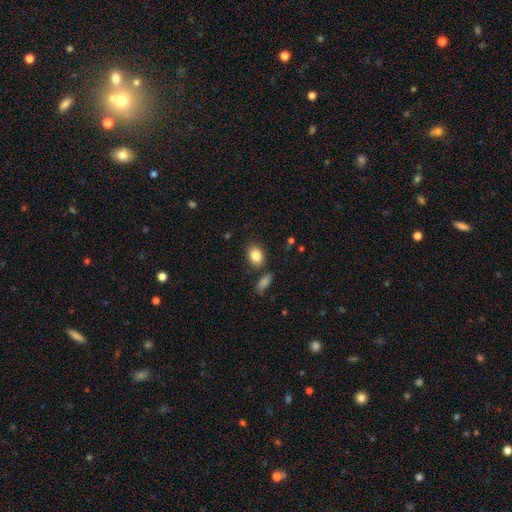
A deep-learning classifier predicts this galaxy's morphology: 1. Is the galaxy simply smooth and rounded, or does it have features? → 84% smooth, 8% star or artifact, 8% featured or disk.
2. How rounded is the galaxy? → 73% in between, 26% round, 1% cigar-shaped.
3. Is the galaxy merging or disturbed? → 80% none, 11% minor disturbance, 7% merger, 3% major disturbance.